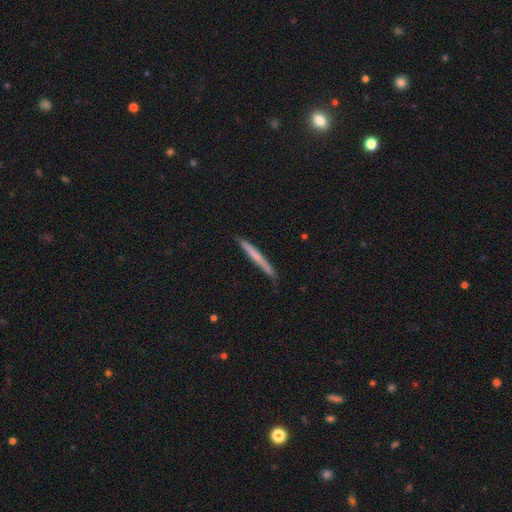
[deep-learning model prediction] Smooth or featured? smooth (60%)
How rounded? cigar-shaped (97%)
Merging? none (85%)